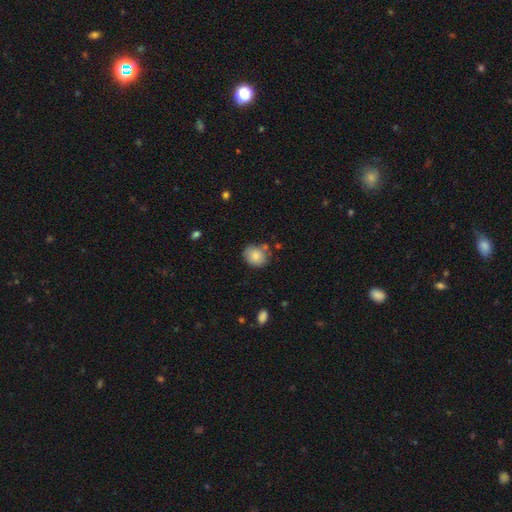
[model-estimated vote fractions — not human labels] This is clearly a smooth galaxy (84%). How rounded: possibly round (51%). Merging: likely none (68%).